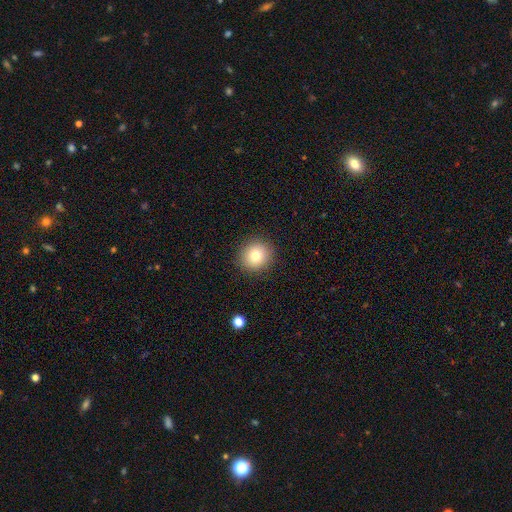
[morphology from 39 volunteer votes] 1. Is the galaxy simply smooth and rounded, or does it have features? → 87% smooth, 13% star or artifact, 0% featured or disk.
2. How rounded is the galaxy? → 94% round, 3% in between, 3% cigar-shaped.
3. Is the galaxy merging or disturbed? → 94% none, 3% minor disturbance, 3% major disturbance, 0% merger.